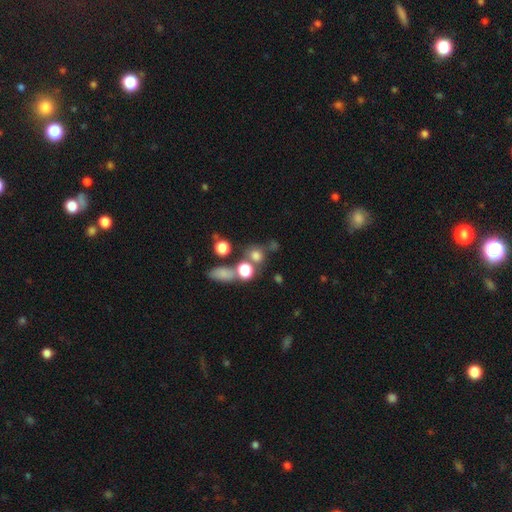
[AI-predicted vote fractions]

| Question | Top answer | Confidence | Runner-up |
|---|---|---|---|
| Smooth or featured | smooth | 72% | star or artifact (18%) |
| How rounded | round | 78% | in between (20%) |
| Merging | none | 57% | merger (26%) |